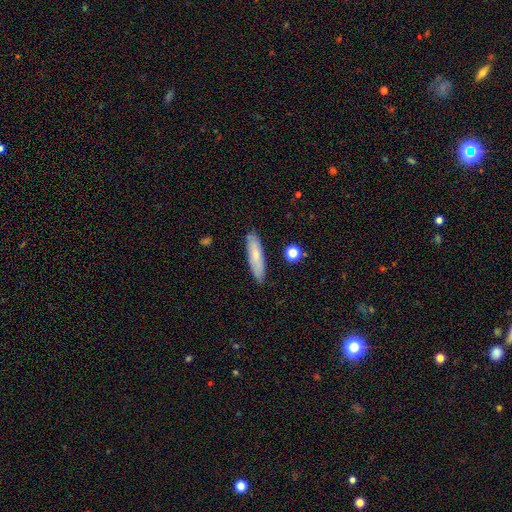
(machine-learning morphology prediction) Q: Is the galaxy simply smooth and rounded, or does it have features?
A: smooth — 72%.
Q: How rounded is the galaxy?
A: cigar-shaped — 71%.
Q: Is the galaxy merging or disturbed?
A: none — 85%.